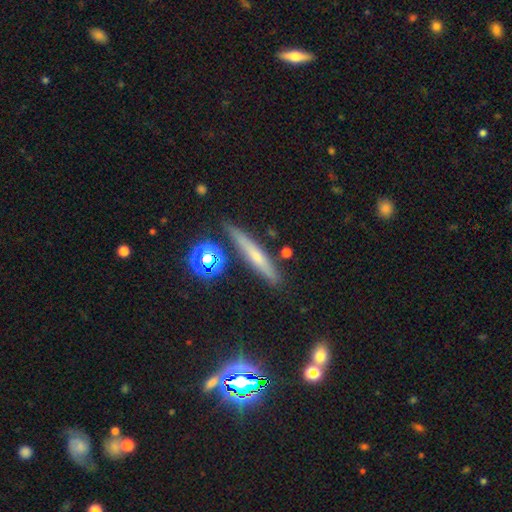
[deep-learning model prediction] The model was most divided on "smooth or featured": smooth: 46%, featured or disk: 40%, star or artifact: 14%. More confident: merging — none (84%).